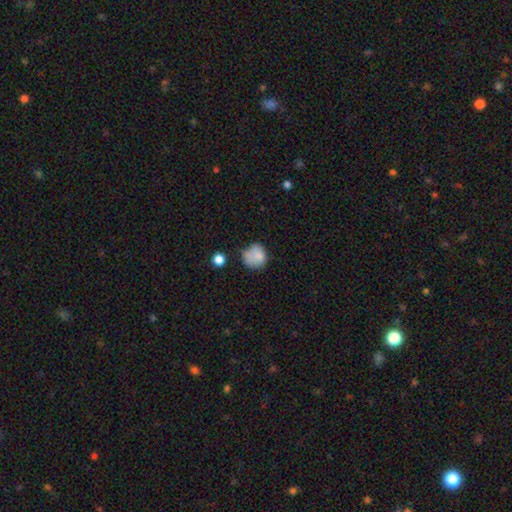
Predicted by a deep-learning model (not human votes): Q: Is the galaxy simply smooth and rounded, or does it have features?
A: smooth — 78%.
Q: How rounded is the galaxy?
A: round — 79%.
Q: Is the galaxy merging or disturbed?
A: none — 50%.